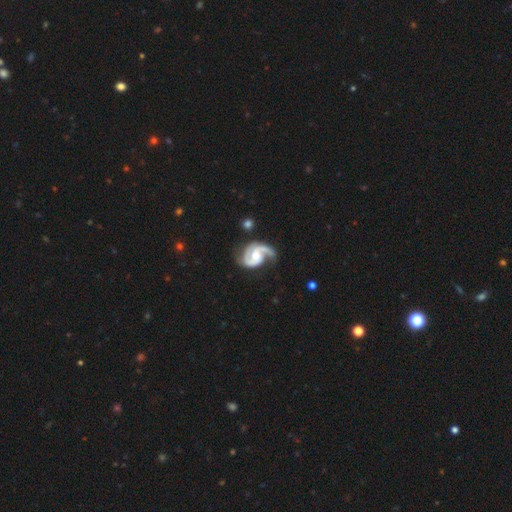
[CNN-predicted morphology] The model was most divided on "bar": no: 52%, weak: 36%, strong: 12%. More confident: edge-on disk — no (98%); spiral arms — yes (98%); smooth or featured — featured or disk (92%); spiral arm count — 2 (88%); bulge size — moderate (68%); merging — none (63%); spiral winding — medium (54%).